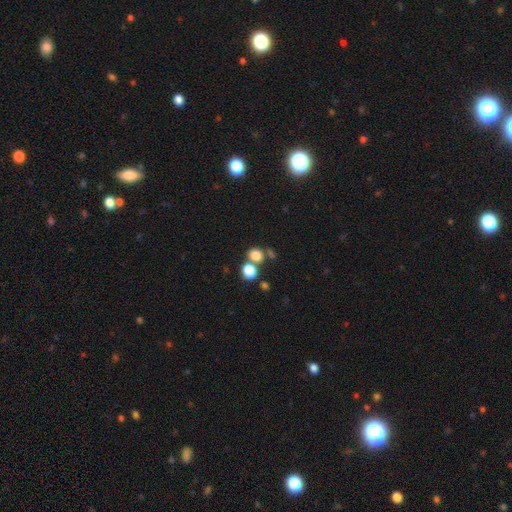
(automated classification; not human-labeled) Smooth or featured?
  - smooth: 80% *
  - star or artifact: 13%
  - featured or disk: 7%
How rounded?
  - round: 66% *
  - in between: 33%
  - cigar-shaped: 1%
Merging?
  - none: 54% *
  - merger: 32%
  - minor disturbance: 9%
  - major disturbance: 5%